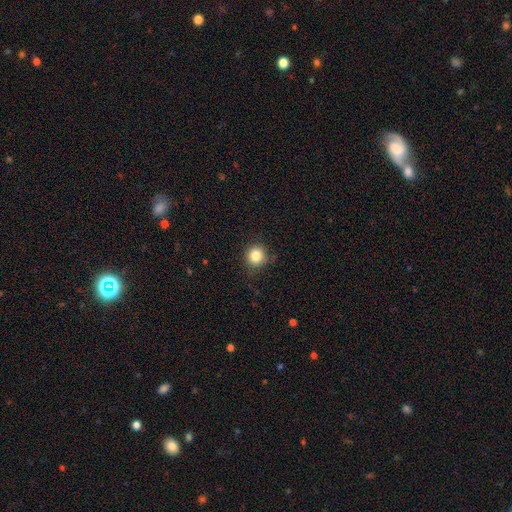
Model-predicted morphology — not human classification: type=smooth (84%); roundness=round (91%); merging=none (81%).